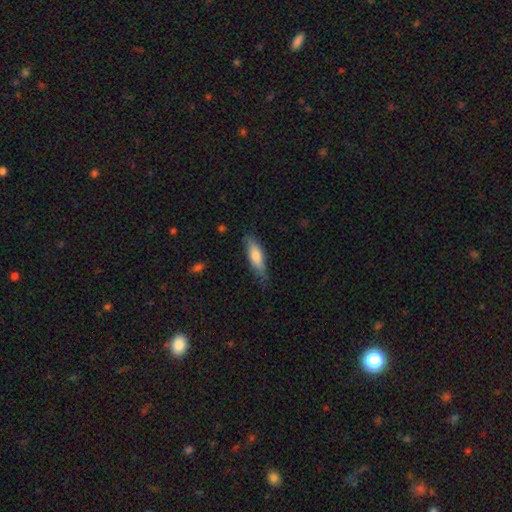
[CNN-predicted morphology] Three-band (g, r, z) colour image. It shows a smooth galaxy with no disk features (76%) that is cigar-shaped (55%). Merging: none (74%).